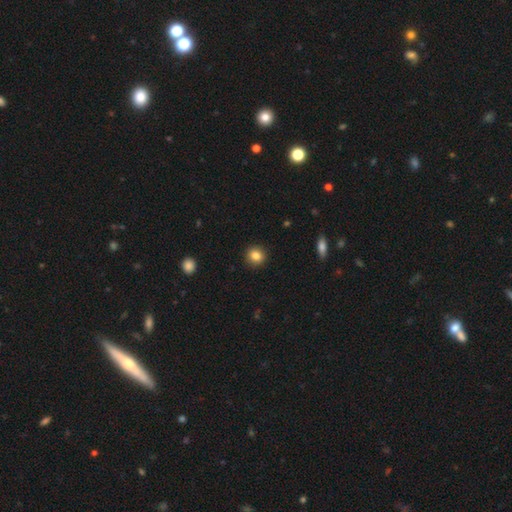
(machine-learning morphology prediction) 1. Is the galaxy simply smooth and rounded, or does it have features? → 85% smooth, 10% star or artifact, 6% featured or disk.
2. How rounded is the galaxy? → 85% round, 14% in between, 1% cigar-shaped.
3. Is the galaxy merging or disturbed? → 91% none, 6% minor disturbance, 2% major disturbance, 1% merger.